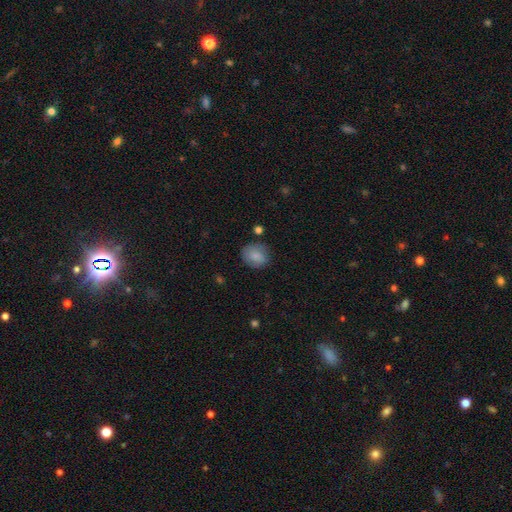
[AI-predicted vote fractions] Q: Smooth or featured?
A: smooth (82%); runner-up: featured or disk (11%)
Q: How rounded?
A: round (69%); runner-up: in between (30%)
Q: Merging?
A: none (78%); runner-up: minor disturbance (16%)